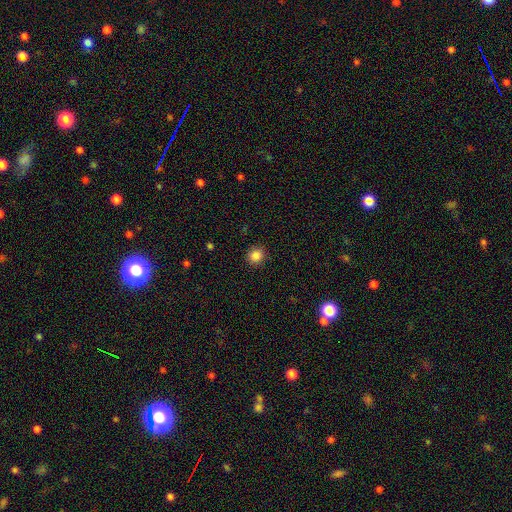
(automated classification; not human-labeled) smooth-or-featured: smooth: 86% | star or artifact: 11% | featured or disk: 3%
  how-rounded: round: 88% | in between: 11% | cigar-shaped: 1%
  merging: none: 90% | minor disturbance: 7% | major disturbance: 2% | merger: 1%